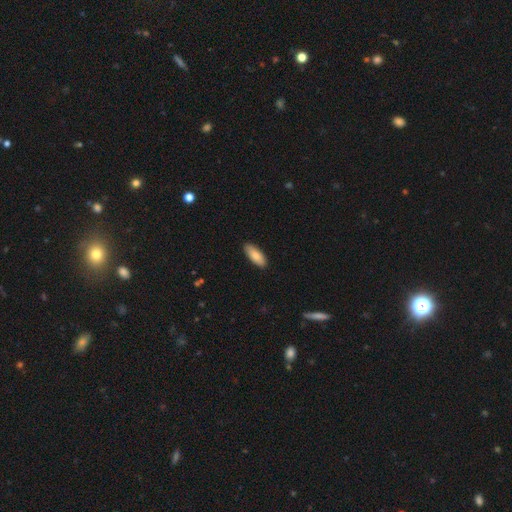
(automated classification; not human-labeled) smooth 85%, featured or disk 10%, star or artifact 5%. Down the decision tree: how rounded — in between (74%); merging — none (89%).